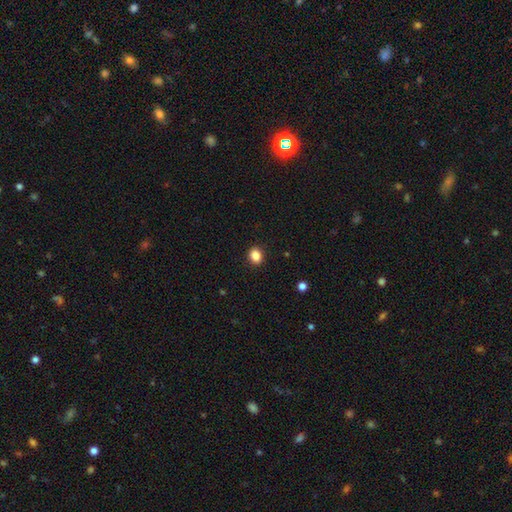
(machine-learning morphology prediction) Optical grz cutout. It shows a smooth galaxy with no disk features (86%) that is round (51%). Merging: none (90%).